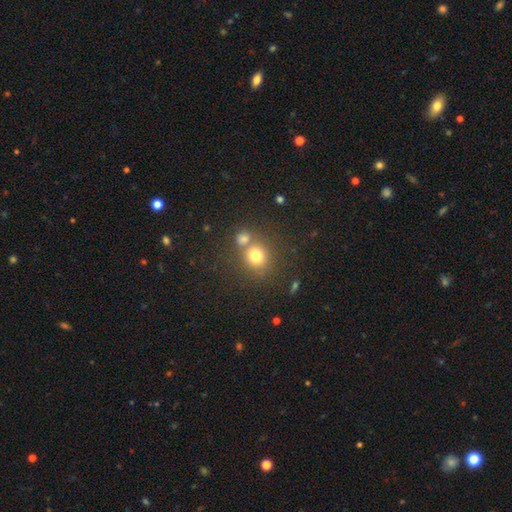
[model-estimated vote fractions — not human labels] smooth_or_featured: smooth (p=0.76) [alt: star or artifact p=0.14]
how_rounded: round (p=0.85) [alt: in between p=0.14]
merging: none (p=0.57) [alt: merger p=0.31]